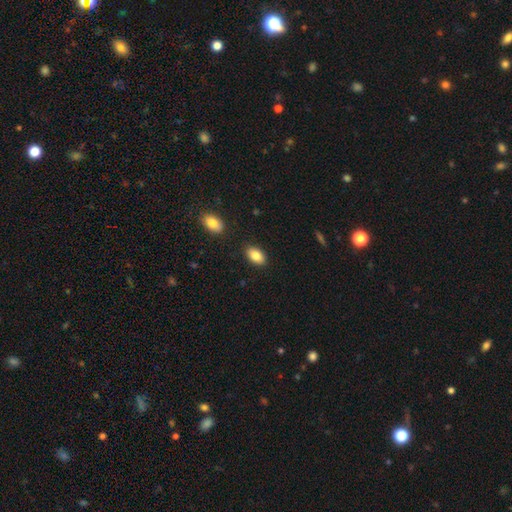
Overall: smooth (97%). How rounded: in between (97%). Merging: none (92%).